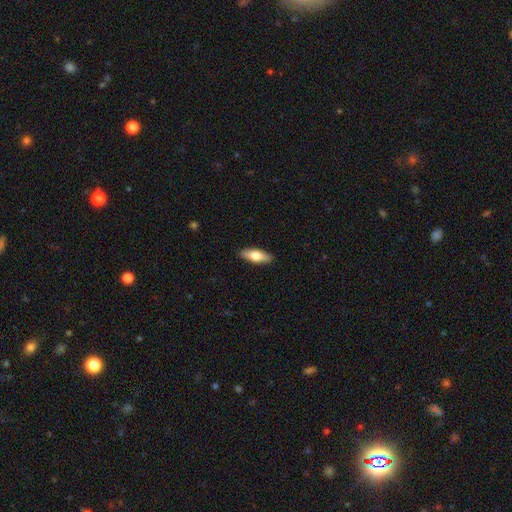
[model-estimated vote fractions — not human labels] smooth-or-featured: smooth: 71% | featured or disk: 23% | star or artifact: 6%
  how-rounded: in between: 66% | cigar-shaped: 31% | round: 2%
  merging: none: 90% | minor disturbance: 8% | major disturbance: 2% | merger: 1%